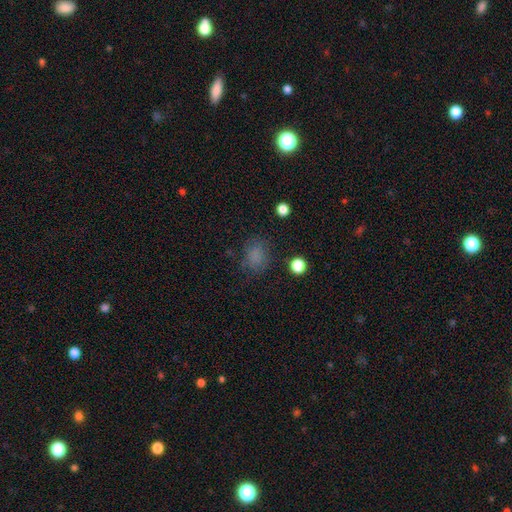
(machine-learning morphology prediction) Smooth or featured? smooth (77%)
How rounded? round (50%)
Merging? none (74%)